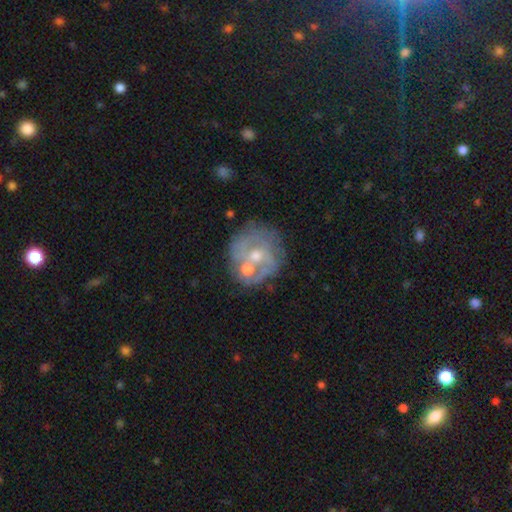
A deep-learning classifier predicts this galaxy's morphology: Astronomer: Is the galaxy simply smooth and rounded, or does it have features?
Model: featured or disk — 65%.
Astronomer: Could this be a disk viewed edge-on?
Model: no — 98%.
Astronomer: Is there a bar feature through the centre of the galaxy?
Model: no — 71%.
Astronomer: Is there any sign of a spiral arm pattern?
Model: yes — 59% (runner-up: no, 41%).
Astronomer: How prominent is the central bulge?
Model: moderate — 60%.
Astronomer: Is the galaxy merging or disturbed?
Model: none — 51%.